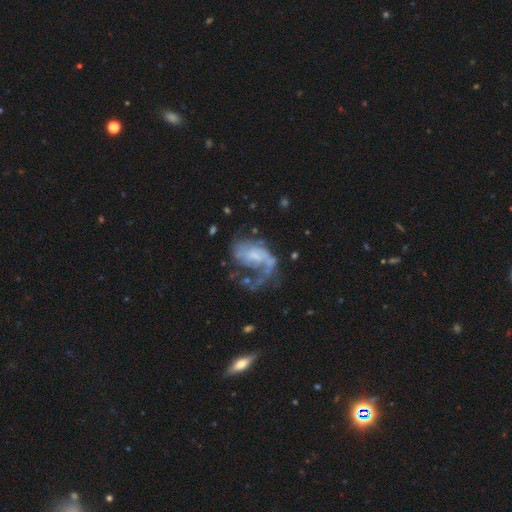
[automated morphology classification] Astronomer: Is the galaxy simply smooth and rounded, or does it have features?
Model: featured or disk — 74%.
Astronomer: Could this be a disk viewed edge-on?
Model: no — 97%.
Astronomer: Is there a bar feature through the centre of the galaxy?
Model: no — 58% (runner-up: weak, 33%).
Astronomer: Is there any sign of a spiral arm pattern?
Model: yes — 76%.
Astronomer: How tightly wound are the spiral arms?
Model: loose — 49% (runner-up: medium, 34%).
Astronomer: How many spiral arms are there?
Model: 1 — 62%.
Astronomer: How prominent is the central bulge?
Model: none — 37% (runner-up: small, 31%).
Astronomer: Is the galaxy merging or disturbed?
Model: major disturbance — 47% (runner-up: none, 29%).